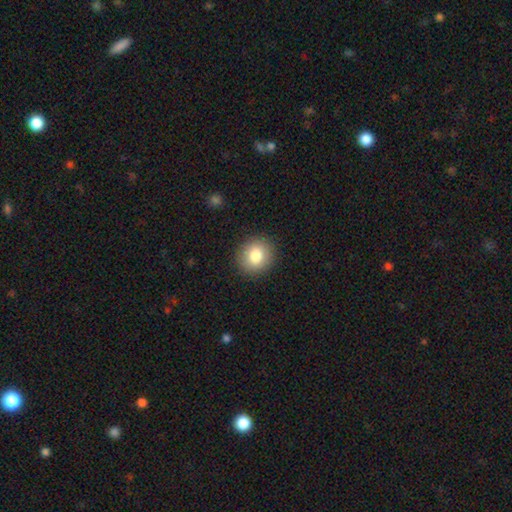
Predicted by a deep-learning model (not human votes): Smooth or featured? Predicted: smooth (p=0.82). How rounded? Predicted: round (p=0.84). Merging? Predicted: none (p=0.90).